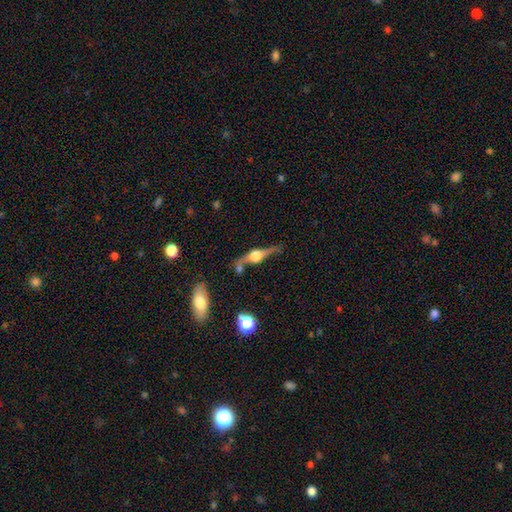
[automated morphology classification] A featured or disk galaxy (79%) viewed edge-on (93%) with a rounded central bulge (95%).

Vote fractions:
- Smooth or featured? featured or disk: 79% / smooth: 14% / star or artifact: 7%
- Edge-on disk? yes: 93% / no: 7%
- Edge-on bulge? rounded: 95% / boxy: 4% / none: 2%
- Merging? none: 64% / minor disturbance: 17% / merger: 13% / major disturbance: 7%